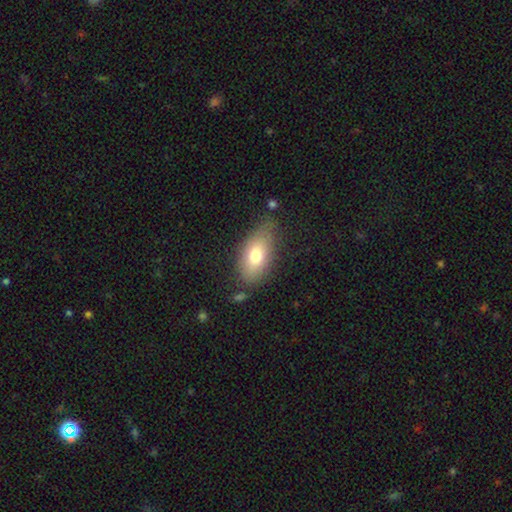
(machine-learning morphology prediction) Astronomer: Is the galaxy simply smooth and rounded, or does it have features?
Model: smooth — 74%.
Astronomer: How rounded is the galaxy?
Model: in between — 89%.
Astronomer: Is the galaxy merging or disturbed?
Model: none — 68%.